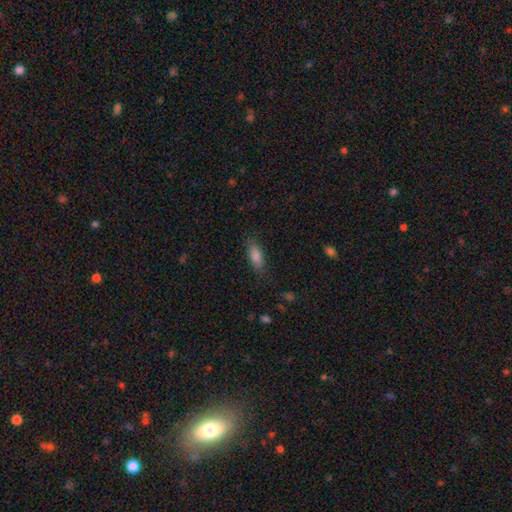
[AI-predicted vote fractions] smooth_or_featured: smooth (p=0.81) [alt: featured or disk p=0.10]
how_rounded: in between (p=0.65) [alt: cigar-shaped p=0.32]
merging: none (p=0.82) [alt: minor disturbance p=0.13]